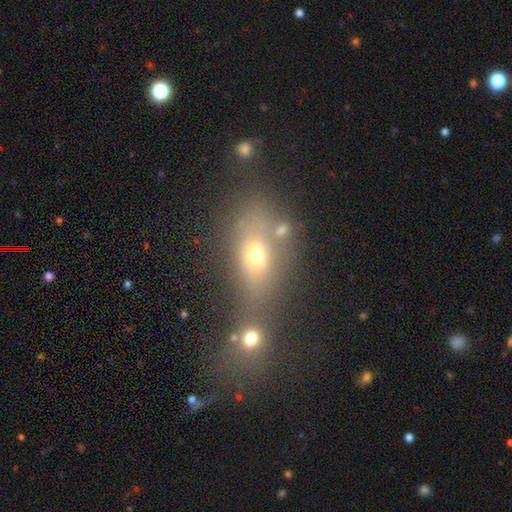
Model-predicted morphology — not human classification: A smooth galaxy with no disk features (56%) that is in between round and cigar-shaped (64%).

Vote fractions:
- Smooth or featured? smooth: 56% / featured or disk: 23% / star or artifact: 21%
- How rounded? in between: 64% / round: 24% / cigar-shaped: 12%
- Merging? merger: 43% / none: 37% / minor disturbance: 11% / major disturbance: 9%